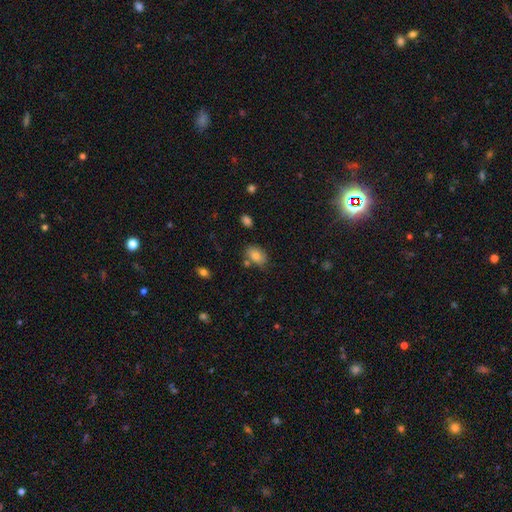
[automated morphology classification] Q: Smooth or featured?
A: smooth (81%); runner-up: featured or disk (10%)
Q: How rounded?
A: in between (85%); runner-up: round (14%)
Q: Merging?
A: none (70%); runner-up: minor disturbance (17%)